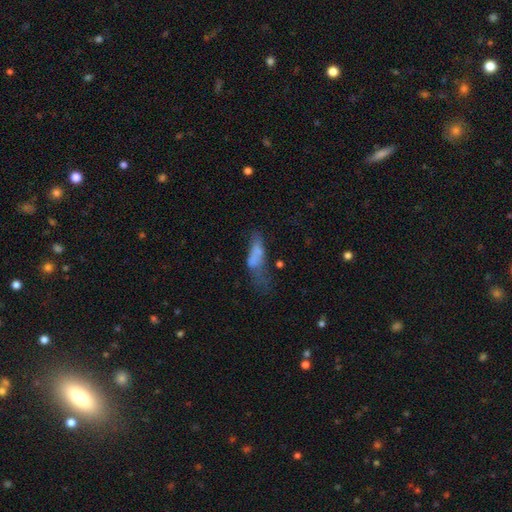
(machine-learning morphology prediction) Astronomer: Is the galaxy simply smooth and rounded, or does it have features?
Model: smooth — 58%.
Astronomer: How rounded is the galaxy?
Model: in between — 57% (runner-up: cigar-shaped, 40%).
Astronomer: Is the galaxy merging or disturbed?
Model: major disturbance — 40% (runner-up: none, 22%).